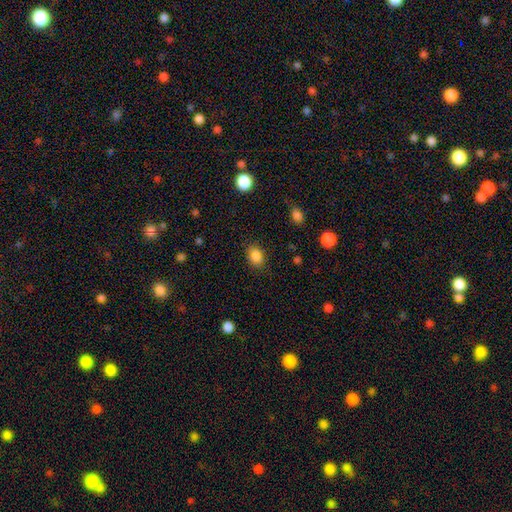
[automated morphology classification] smooth_or_featured: smooth (p=0.82) [alt: star or artifact p=0.12]
how_rounded: in between (p=0.64) [alt: round p=0.35]
merging: none (p=0.74) [alt: minor disturbance p=0.15]